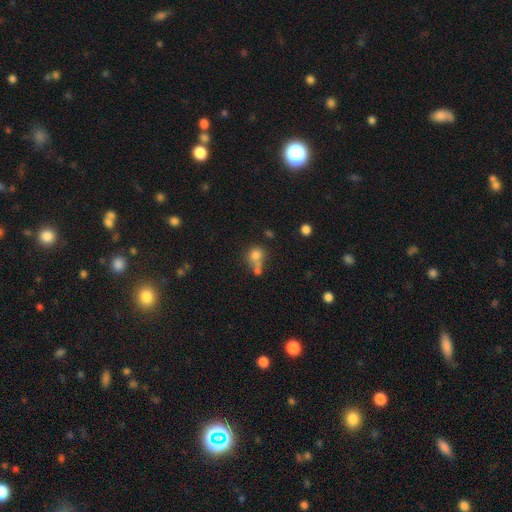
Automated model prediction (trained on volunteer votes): This is likely a smooth galaxy (75%). How rounded: likely round (79%). Merging: marginally merger (44%).